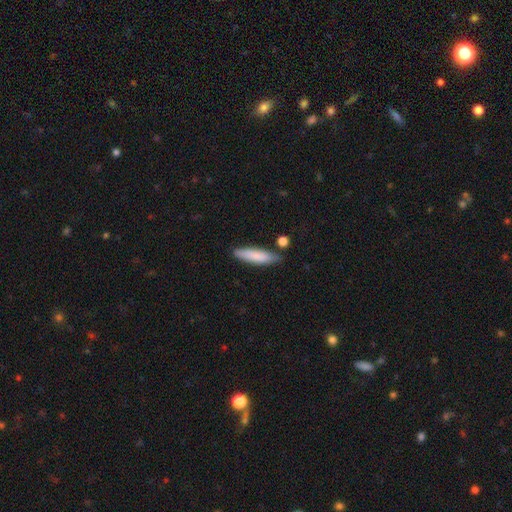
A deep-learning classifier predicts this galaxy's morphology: smooth_or_featured: smooth (p=0.81) [alt: featured or disk p=0.14]
how_rounded: cigar-shaped (p=0.75) [alt: in between p=0.23]
merging: none (p=0.75) [alt: minor disturbance p=0.16]